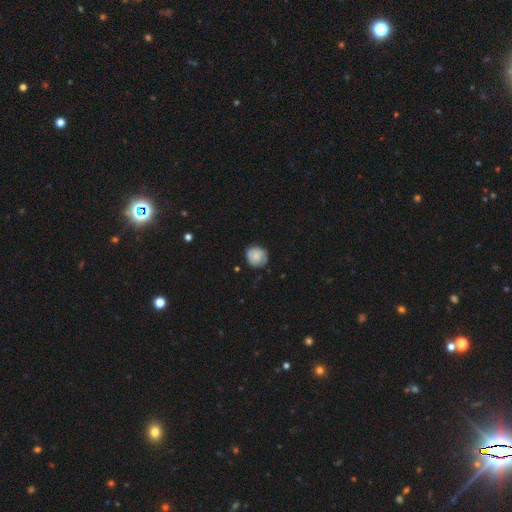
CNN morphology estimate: A smooth galaxy with no disk features (70%) that is round (82%). Merging: none (75%).